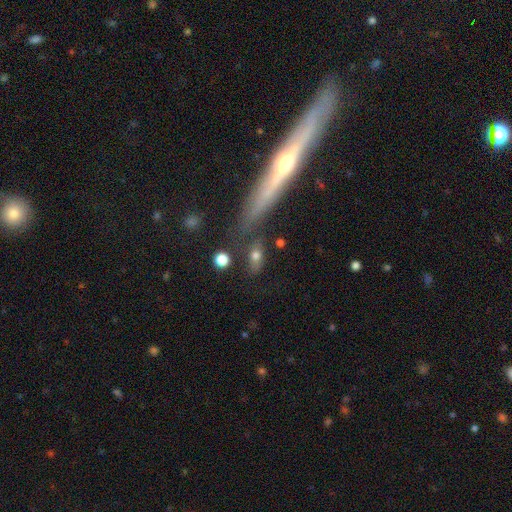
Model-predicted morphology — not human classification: A smooth galaxy with no disk features (70%) that is in between round and cigar-shaped (66%). Merging: none (64%).